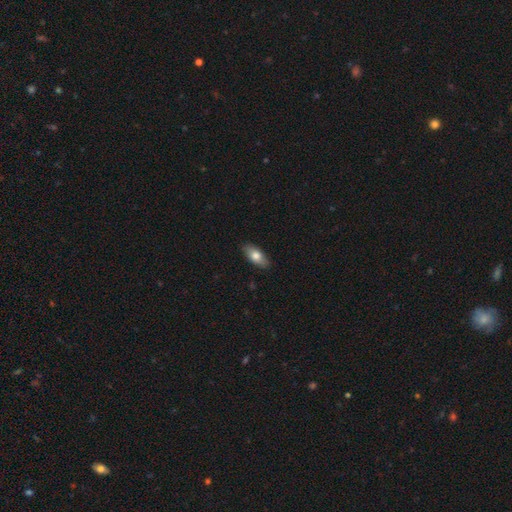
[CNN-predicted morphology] smooth-or-featured: smooth: 76% | featured or disk: 18% | star or artifact: 6%
  how-rounded: in between: 88% | cigar-shaped: 9% | round: 3%
  merging: none: 87% | minor disturbance: 10% | major disturbance: 2% | merger: 1%